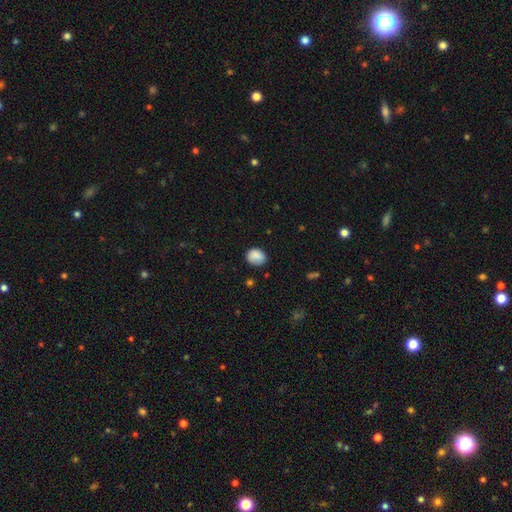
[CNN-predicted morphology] A smooth galaxy with no disk features (85%) that is round (54%). Merging: none (74%).